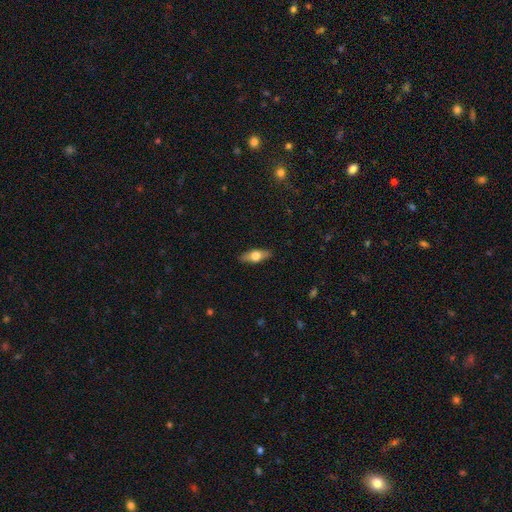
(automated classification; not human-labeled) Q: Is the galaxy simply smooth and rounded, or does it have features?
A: smooth — 55%.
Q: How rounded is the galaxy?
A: in between — 69%.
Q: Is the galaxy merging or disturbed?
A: none — 87%.